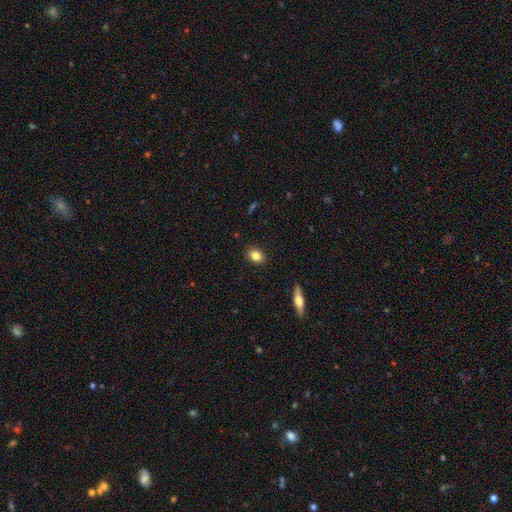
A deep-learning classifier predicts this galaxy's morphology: A smooth galaxy with no disk features (83%) that is in between round and cigar-shaped (61%). Merging: none (90%).